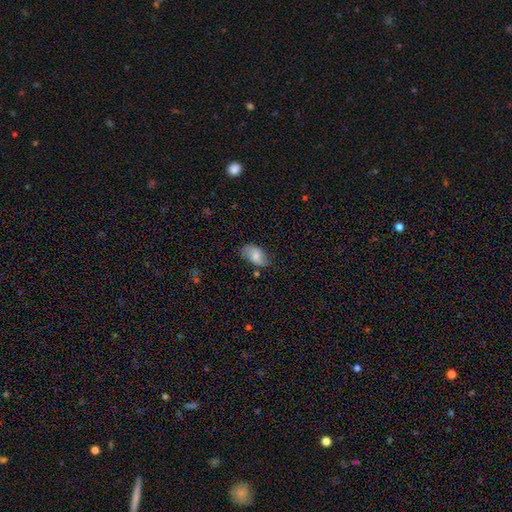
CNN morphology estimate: Smooth or featured? Predicted: smooth (p=0.68). How rounded? Predicted: in between (p=0.93). Merging? Predicted: none (p=0.65).